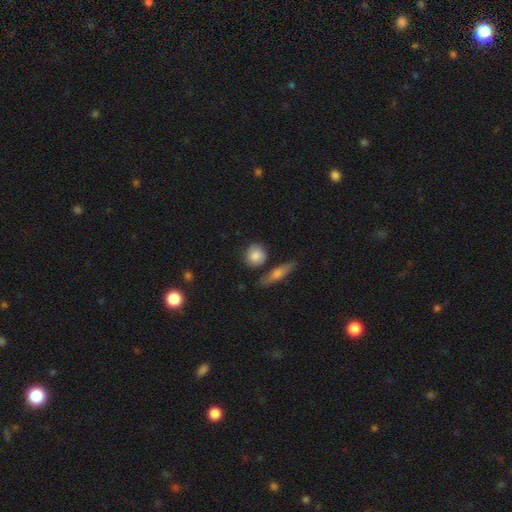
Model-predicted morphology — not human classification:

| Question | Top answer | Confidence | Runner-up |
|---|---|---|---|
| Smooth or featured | smooth | 81% | featured or disk (12%) |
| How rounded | round | 78% | in between (18%) |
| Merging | none | 73% | minor disturbance (15%) |